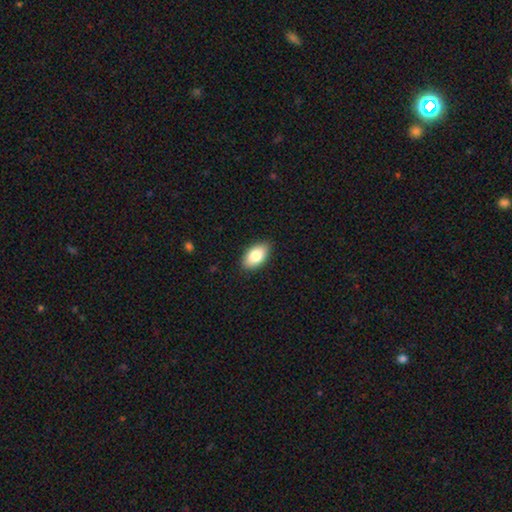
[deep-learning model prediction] Smooth or featured?
  - smooth: 82% *
  - featured or disk: 11%
  - star or artifact: 7%
How rounded?
  - in between: 93% *
  - round: 5%
  - cigar-shaped: 2%
Merging?
  - none: 88% *
  - minor disturbance: 9%
  - major disturbance: 2%
  - merger: 1%